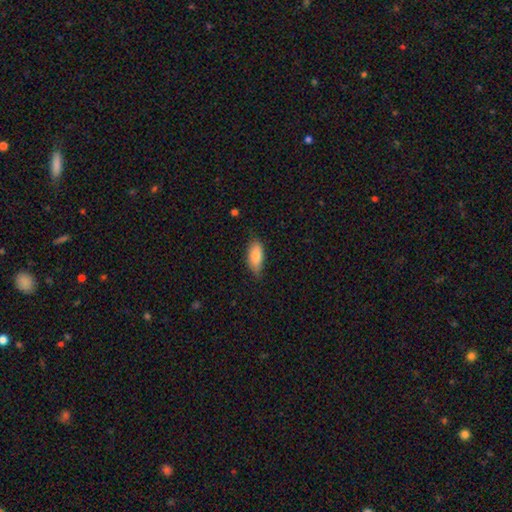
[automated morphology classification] Smooth or featured: smooth — 82% (featured or disk — 12%)
How rounded: in between — 86% (cigar-shaped — 12%)
Merging: none — 73% (minor disturbance — 23%)